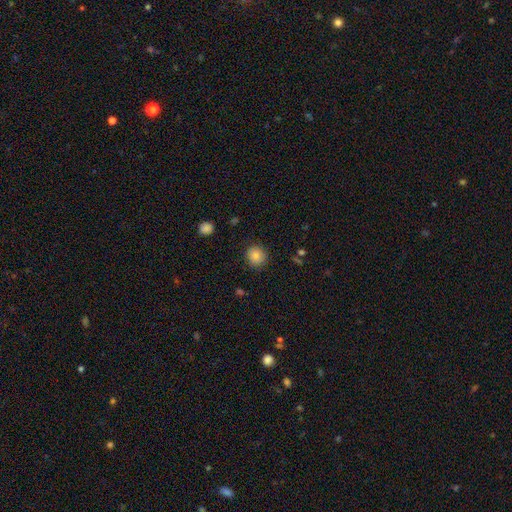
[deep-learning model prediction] A smooth galaxy with no disk features (83%) that is round (88%).

Vote fractions:
- Smooth or featured? smooth: 83% / star or artifact: 10% / featured or disk: 7%
- How rounded? round: 88% / in between: 11% / cigar-shaped: 1%
- Merging? none: 88% / minor disturbance: 8% / major disturbance: 3% / merger: 1%